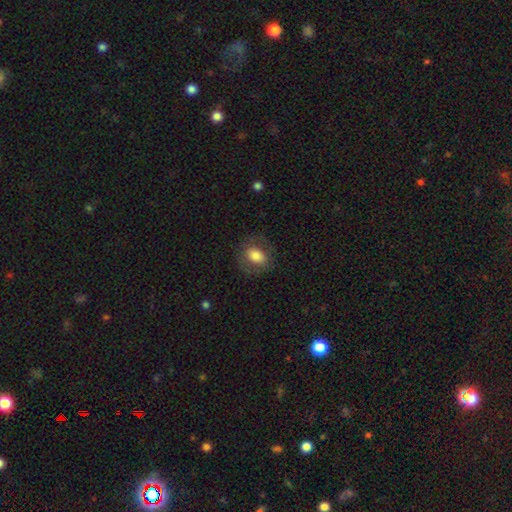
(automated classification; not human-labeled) Smooth or featured?
  - smooth: 73% *
  - featured or disk: 20%
  - star or artifact: 8%
How rounded?
  - in between: 61% *
  - round: 37%
  - cigar-shaped: 1%
Merging?
  - none: 76% *
  - minor disturbance: 14%
  - major disturbance: 9%
  - merger: 1%